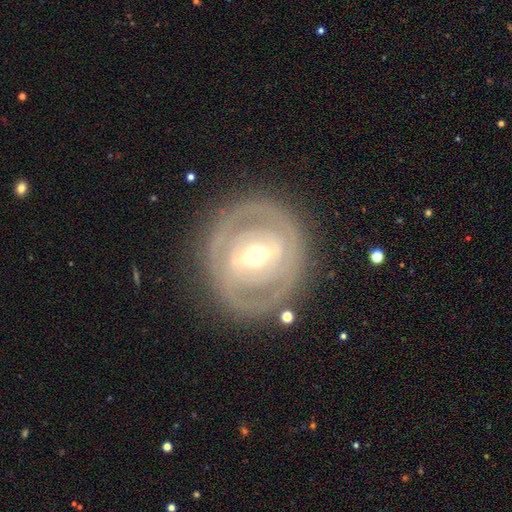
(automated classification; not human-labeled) The model was most divided on "spiral arms": yes: 61%, no: 39%. More confident: edge-on disk — no (93%); smooth or featured — featured or disk (81%); merging — none (80%); bulge size — moderate (64%); bar — strong (58%).